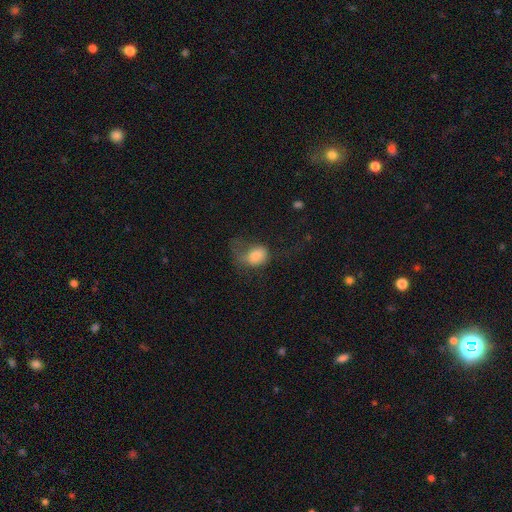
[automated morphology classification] A smooth galaxy with no disk features (77%) that is in between round and cigar-shaped (67%).

Vote fractions:
- Smooth or featured? smooth: 77% / featured or disk: 14% / star or artifact: 10%
- How rounded? in between: 67% / round: 32% / cigar-shaped: 1%
- Merging? major disturbance: 53% / minor disturbance: 22% / none: 21% / merger: 3%